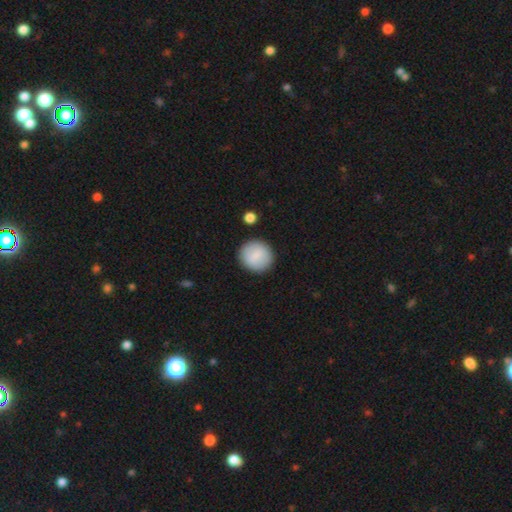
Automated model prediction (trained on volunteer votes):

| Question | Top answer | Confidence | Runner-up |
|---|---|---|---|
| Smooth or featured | smooth | 80% | featured or disk (14%) |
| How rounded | round | 89% | in between (10%) |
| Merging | none | 88% | minor disturbance (8%) |